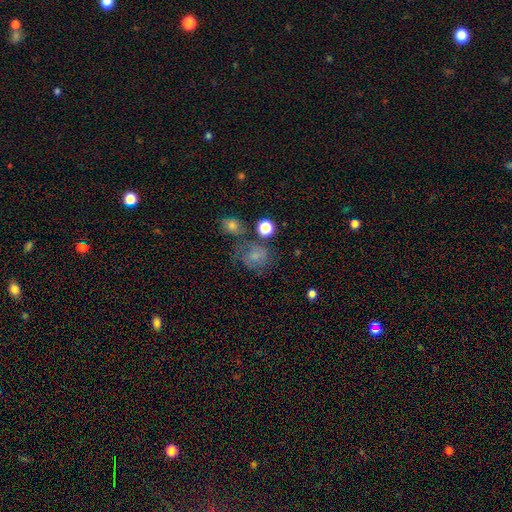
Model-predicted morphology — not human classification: Q: Smooth or featured?
A: smooth (66%); runner-up: featured or disk (19%)
Q: How rounded?
A: round (66%); runner-up: in between (33%)
Q: Merging?
A: none (51%); runner-up: minor disturbance (21%)